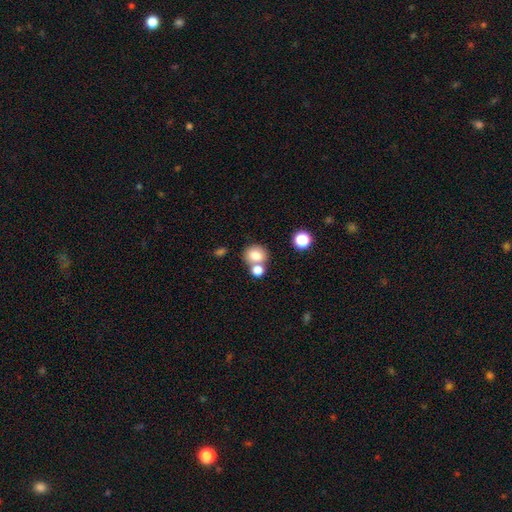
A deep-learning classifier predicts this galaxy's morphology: This appears to be a smooth galaxy with no disk features (81%) that is round (74%). Merging: none (51%).